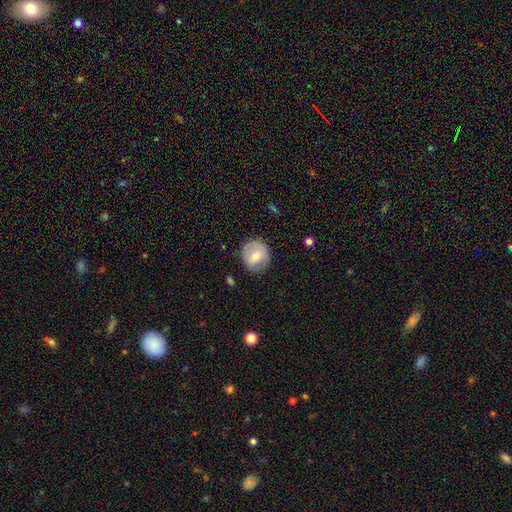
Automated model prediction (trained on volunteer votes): smooth-or-featured: smooth: 68% | featured or disk: 25% | star or artifact: 7%
  how-rounded: round: 86% | in between: 14% | cigar-shaped: 1%
  merging: none: 77% | minor disturbance: 17% | major disturbance: 4% | merger: 1%